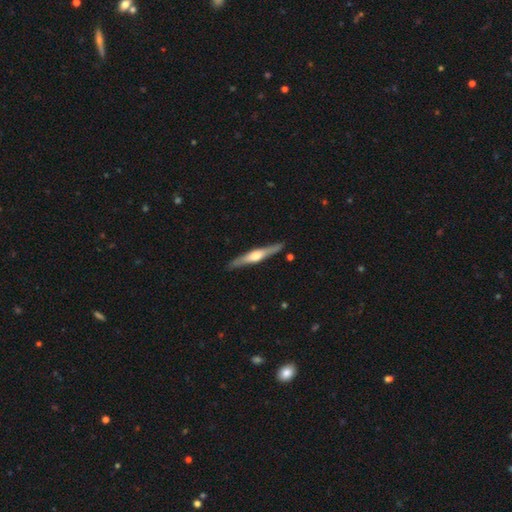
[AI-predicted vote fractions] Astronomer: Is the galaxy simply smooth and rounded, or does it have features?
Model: featured or disk — 72%.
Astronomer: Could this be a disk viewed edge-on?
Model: yes — 97%.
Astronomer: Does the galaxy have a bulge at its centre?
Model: rounded — 87%.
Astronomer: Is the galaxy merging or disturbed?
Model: none — 89%.